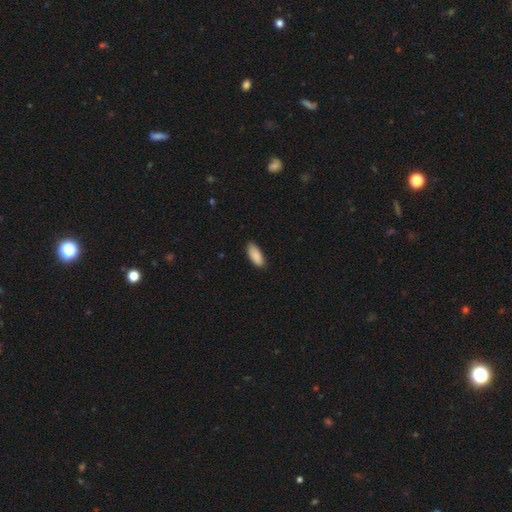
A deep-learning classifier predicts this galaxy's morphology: The model was most divided on "merging": none: 81%, minor disturbance: 16%, major disturbance: 2%, merger: 1%. More confident: smooth or featured — smooth (90%); how rounded — in between (85%).